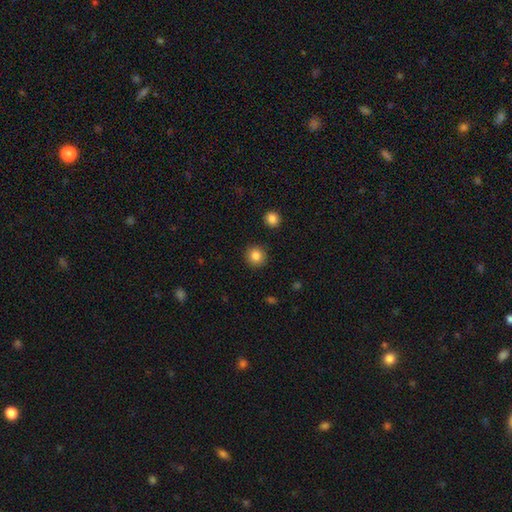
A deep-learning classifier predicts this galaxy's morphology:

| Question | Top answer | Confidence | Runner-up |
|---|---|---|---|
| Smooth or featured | smooth | 85% | star or artifact (10%) |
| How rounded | round | 93% | in between (6%) |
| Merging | none | 91% | minor disturbance (5%) |